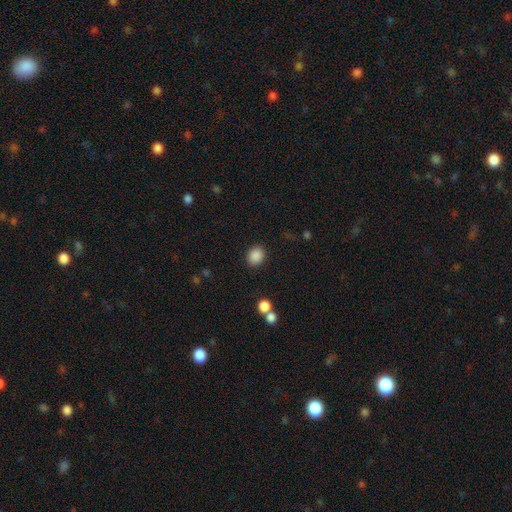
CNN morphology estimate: smooth_or_featured: smooth (p=0.88) [alt: star or artifact p=0.09]
how_rounded: round (p=0.55) [alt: in between p=0.44]
merging: none (p=0.87) [alt: minor disturbance p=0.08]